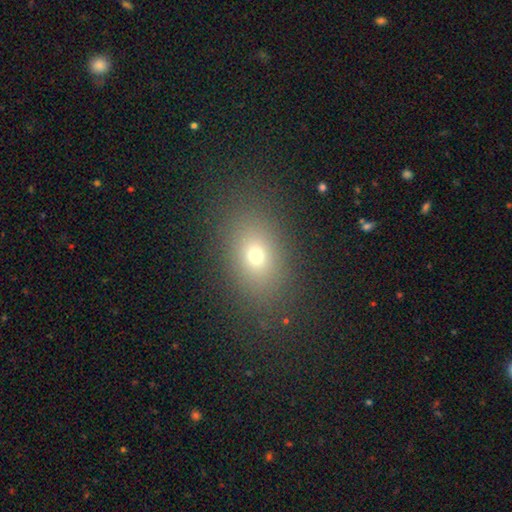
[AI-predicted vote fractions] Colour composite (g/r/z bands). It shows a smooth galaxy with no disk features (70%) that is in between round and cigar-shaped (76%). Merging: none (85%).